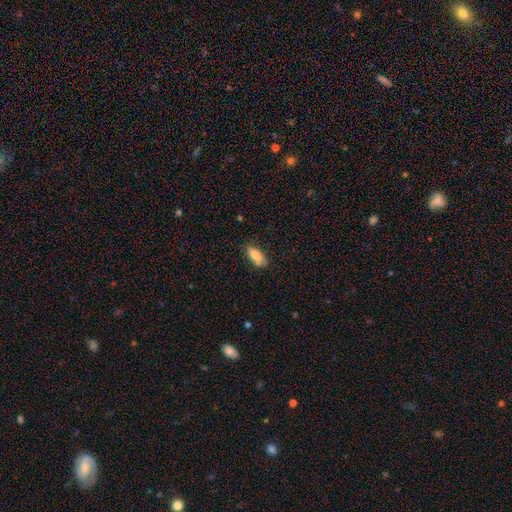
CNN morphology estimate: A smooth galaxy with no disk features (82%) that is in between round and cigar-shaped (83%). Merging: none (69%).